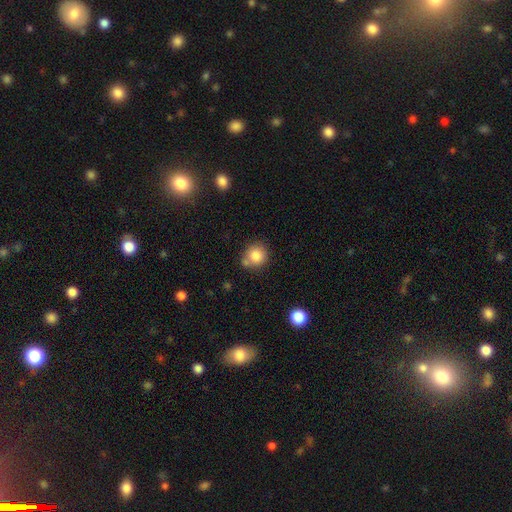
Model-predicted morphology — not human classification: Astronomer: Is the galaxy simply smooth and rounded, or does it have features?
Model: smooth — 83%.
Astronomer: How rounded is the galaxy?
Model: round — 88%.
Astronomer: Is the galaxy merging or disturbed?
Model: none — 66%.